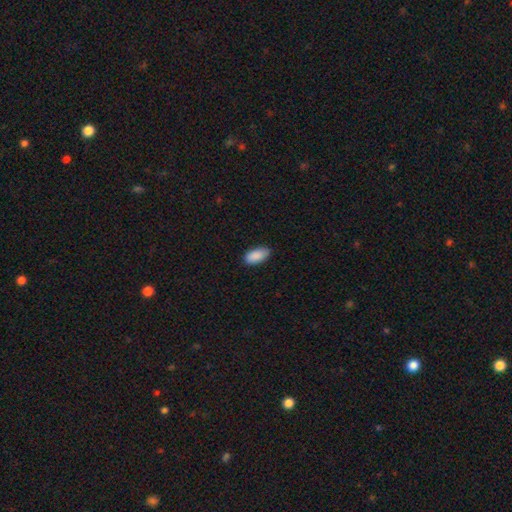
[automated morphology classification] smooth-or-featured: smooth: 90% | star or artifact: 6% | featured or disk: 4%
  how-rounded: in between: 93% | cigar-shaped: 4% | round: 2%
  merging: none: 82% | minor disturbance: 15% | major disturbance: 2% | merger: 1%